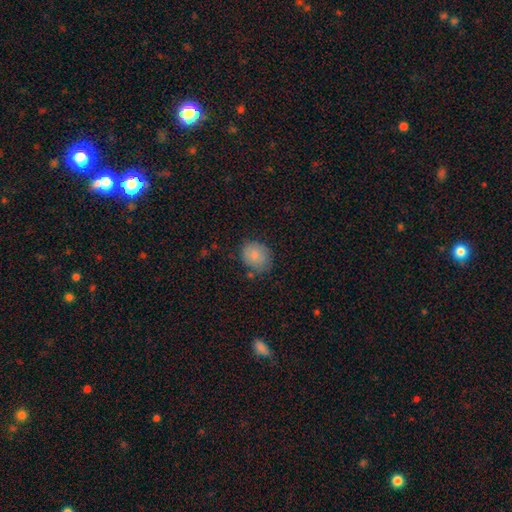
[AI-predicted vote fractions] smooth-or-featured: smooth: 81% | featured or disk: 11% | star or artifact: 8%
  how-rounded: round: 60% | in between: 39% | cigar-shaped: 1%
  merging: none: 71% | minor disturbance: 21% | major disturbance: 5% | merger: 3%